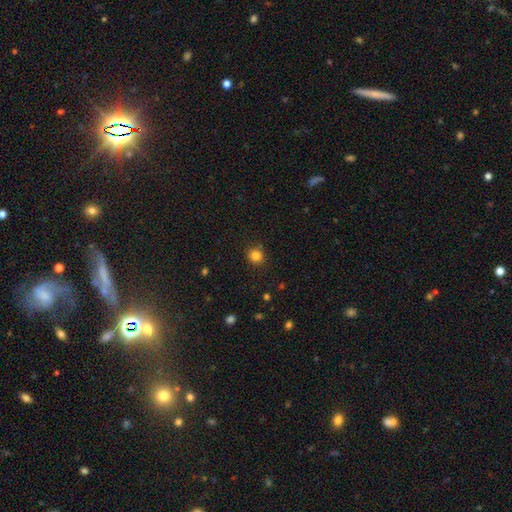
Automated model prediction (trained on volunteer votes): Morphology: type=smooth (83%); roundness=round (87%); merging=none (87%).